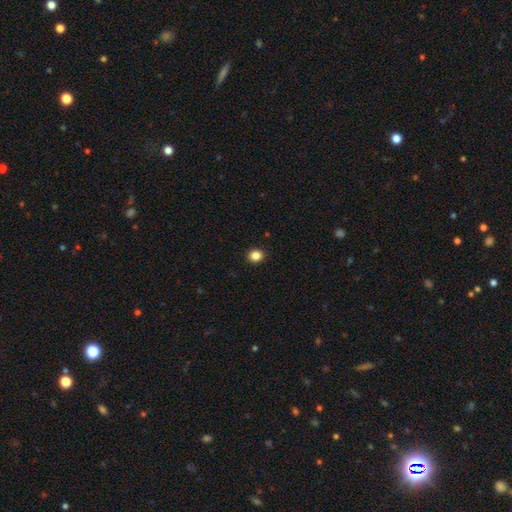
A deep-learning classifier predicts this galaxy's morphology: The model was most divided on "how rounded": round: 78%, in between: 21%, cigar-shaped: 1%. More confident: merging — none (92%); smooth or featured — smooth (85%).